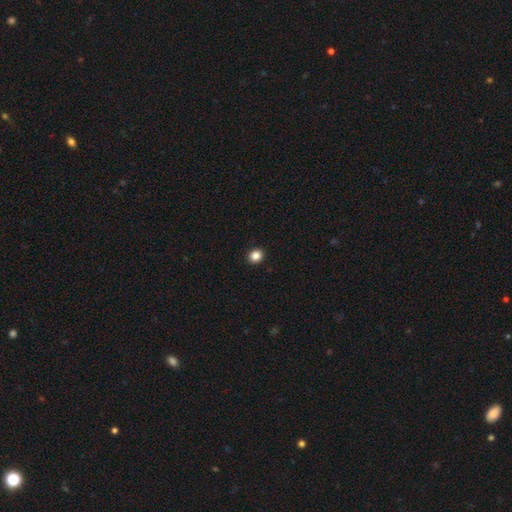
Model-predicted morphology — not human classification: This is clearly a smooth galaxy (86%). How rounded: clearly round (80%). Merging: clearly none (93%).